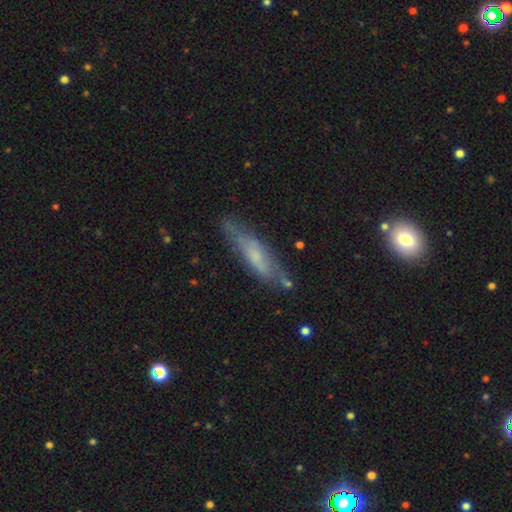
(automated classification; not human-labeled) Morphology: type=featured or disk (46%, tied with smooth); merging=none (69%).